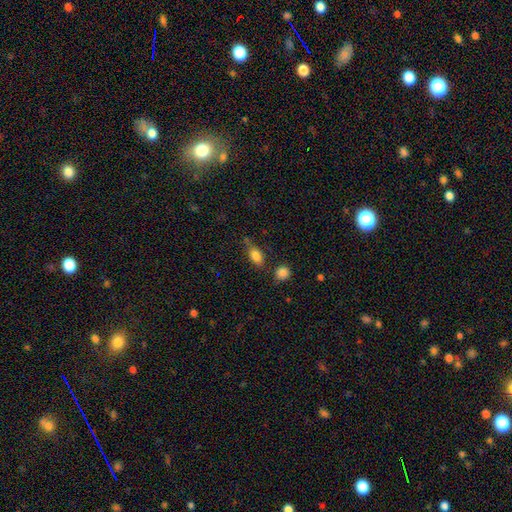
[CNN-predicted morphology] Smooth or featured: smooth — 82% (star or artifact — 9%)
How rounded: in between — 81% (round — 13%)
Merging: none — 61% (minor disturbance — 22%)